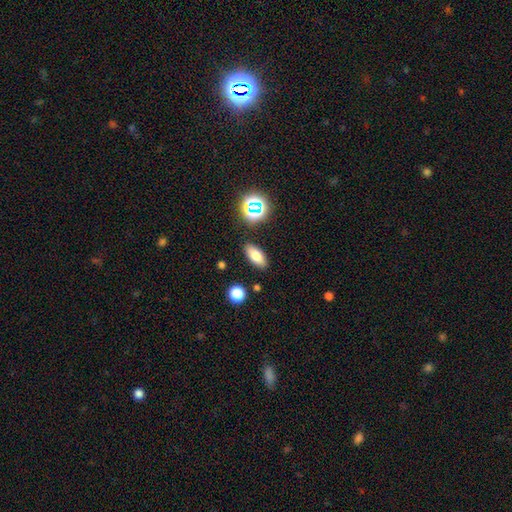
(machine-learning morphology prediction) Smooth or featured: smooth — 75% (featured or disk — 13%)
How rounded: in between — 79% (cigar-shaped — 16%)
Merging: none — 86% (minor disturbance — 9%)